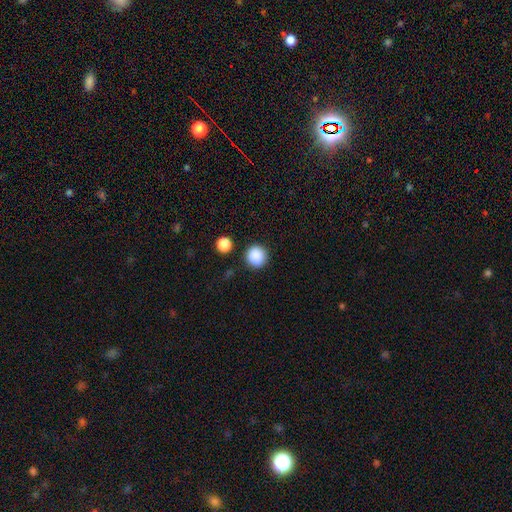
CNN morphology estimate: Smooth or featured?
  - smooth: 88% *
  - star or artifact: 9%
  - featured or disk: 3%
How rounded?
  - round: 93% *
  - in between: 6%
  - cigar-shaped: 1%
Merging?
  - none: 88% *
  - minor disturbance: 6%
  - merger: 3%
  - major disturbance: 2%